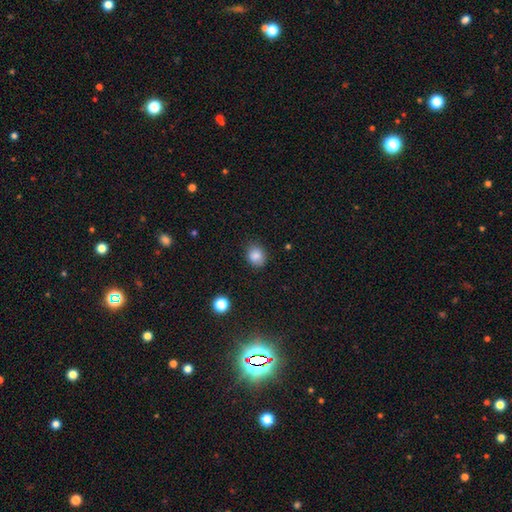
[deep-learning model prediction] smooth_or_featured: smooth (p=0.85) [alt: star or artifact p=0.10]
how_rounded: round (p=0.58) [alt: in between p=0.41]
merging: none (p=0.84) [alt: minor disturbance p=0.12]